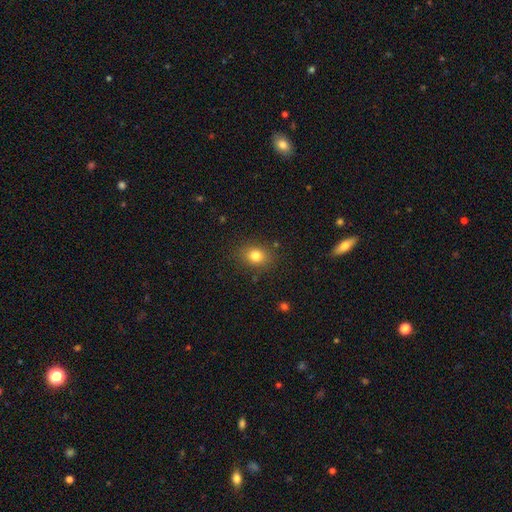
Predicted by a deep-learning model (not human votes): Smooth or featured? smooth (80%)
How rounded? in between (51%)
Merging? none (85%)